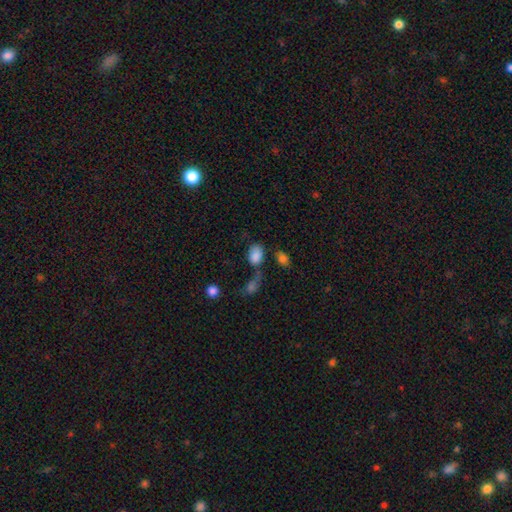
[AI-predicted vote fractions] Smooth or featured: smooth — 82% (star or artifact — 11%)
How rounded: in between — 84% (round — 14%)
Merging: none — 44% (merger — 25%)